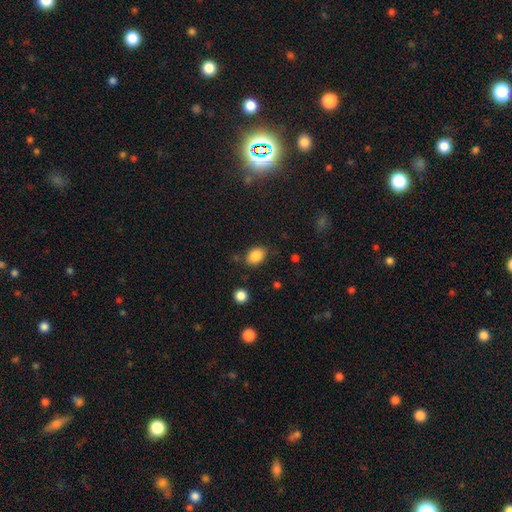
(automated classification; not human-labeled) This appears to be a smooth galaxy with no disk features (85%) that is in between round and cigar-shaped (76%). Merging: none (78%).